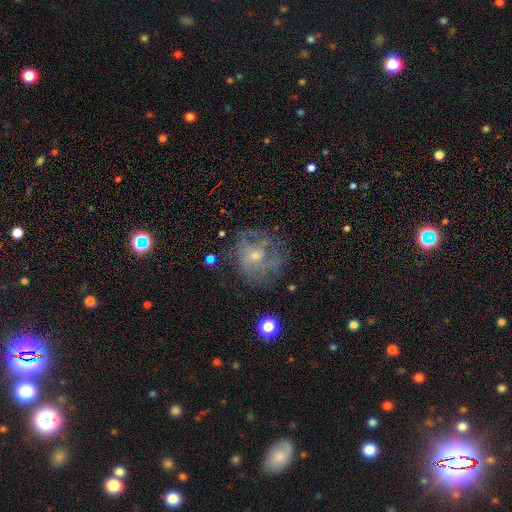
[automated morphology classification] smooth_or_featured: featured or disk (p=0.57) [alt: smooth p=0.30]
disk_edge_on: no (p=0.97) [alt: yes p=0.03]
bar: no (p=0.78) [alt: weak p=0.19]
has_spiral_arms: no (p=0.51) [alt: yes p=0.49]
bulge_size: small (p=0.59) [alt: moderate p=0.28]
merging: none (p=0.58) [alt: major disturbance p=0.20]